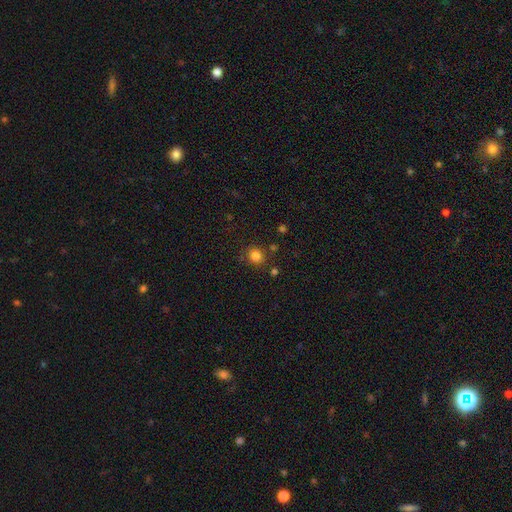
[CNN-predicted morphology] Q: Smooth or featured?
A: smooth (82%); runner-up: star or artifact (13%)
Q: How rounded?
A: round (87%); runner-up: in between (12%)
Q: Merging?
A: none (82%); runner-up: minor disturbance (10%)